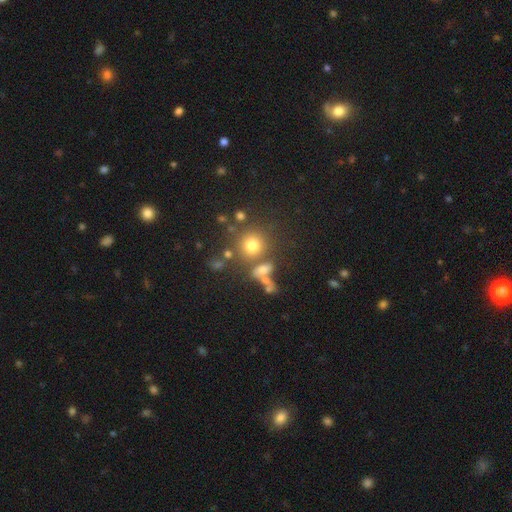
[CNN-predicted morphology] Smooth or featured?
  - star or artifact: 45% *
  - smooth: 41%
  - featured or disk: 14%